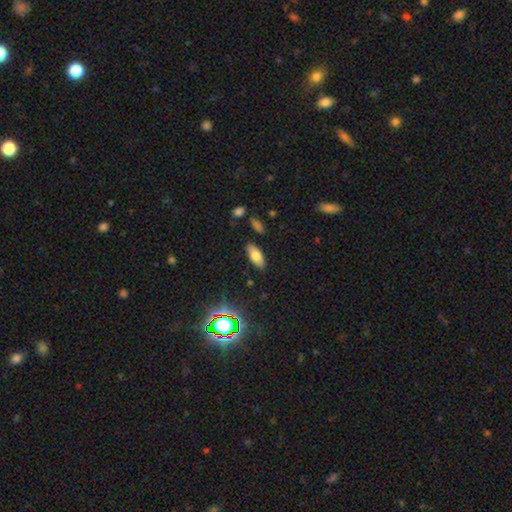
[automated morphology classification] Overall: smooth (71%). How rounded: in between (83%). Merging: none (86%).